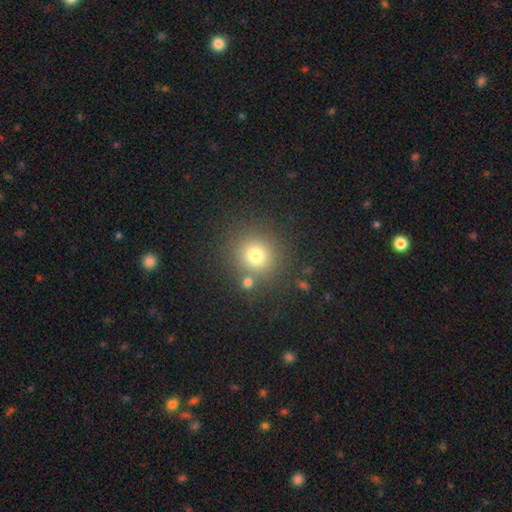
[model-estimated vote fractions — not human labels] Morphology: type=smooth (75%); roundness=round (90%); merging=none (78%).